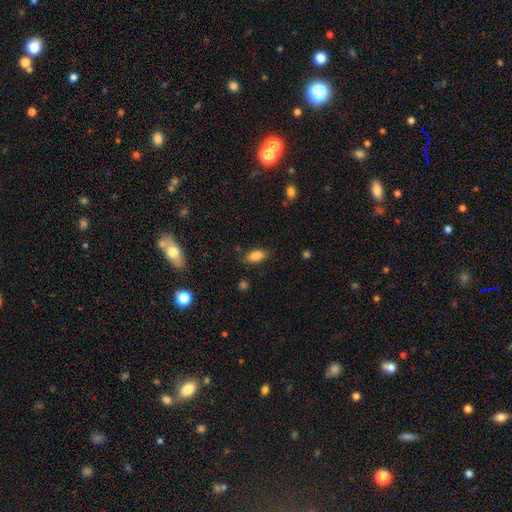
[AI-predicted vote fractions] smooth 84%, star or artifact 8%, featured or disk 7%. Down the decision tree: how rounded — in between (89%); merging — none (81%).